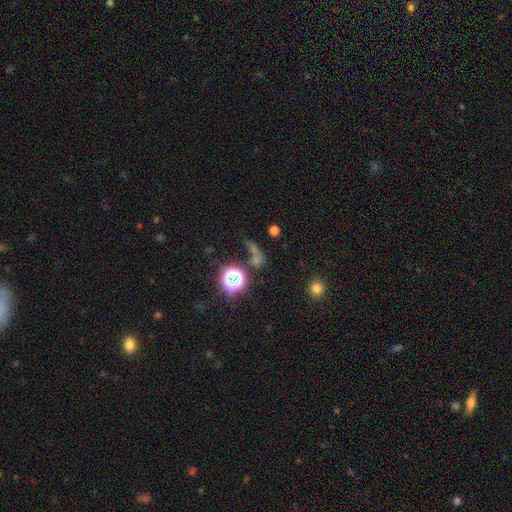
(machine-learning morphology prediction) This is possibly a star or artifact rather than a galaxy (48%).